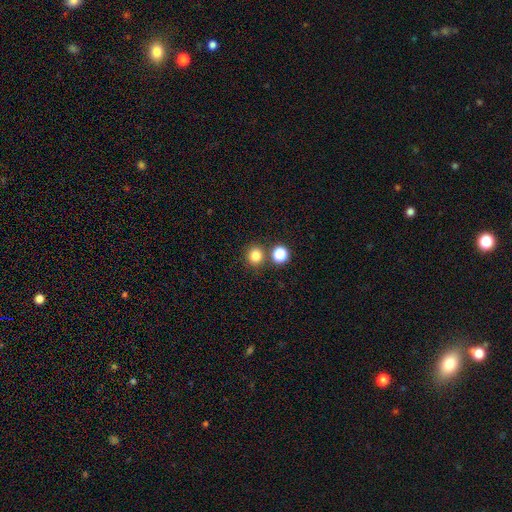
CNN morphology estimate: Overall: smooth (81%). How rounded: round (89%). Merging: none (78%).